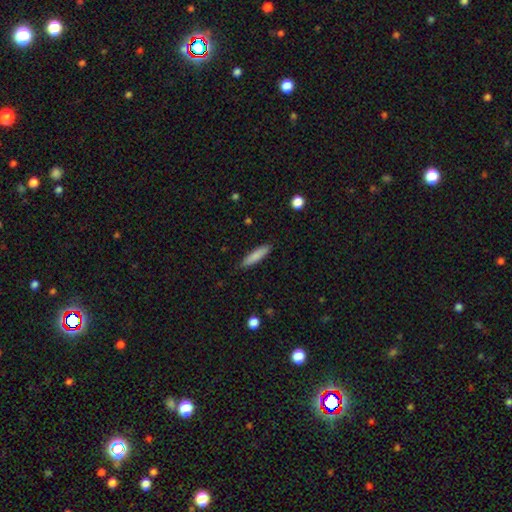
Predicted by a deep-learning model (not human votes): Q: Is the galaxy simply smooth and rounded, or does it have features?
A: smooth — 82%.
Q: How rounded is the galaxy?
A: cigar-shaped — 80%.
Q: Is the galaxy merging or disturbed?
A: none — 88%.